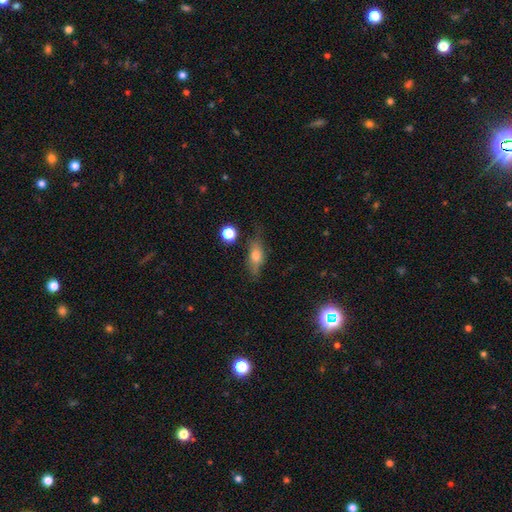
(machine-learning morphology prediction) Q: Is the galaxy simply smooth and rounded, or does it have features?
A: smooth — 62%.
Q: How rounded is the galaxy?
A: in between — 66%.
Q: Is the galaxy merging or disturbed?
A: none — 64%.